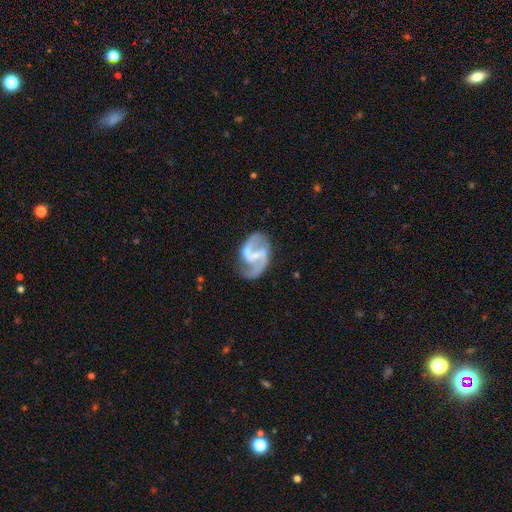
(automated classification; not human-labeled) featured or disk 89%, smooth 6%, star or artifact 5%. Down the decision tree: edge-on disk — no (98%); bar — weak (46%); spiral arms — yes (95%); spiral arm count — 2 (91%); spiral winding — medium (52%); bulge size — small (49%); merging — none (67%).